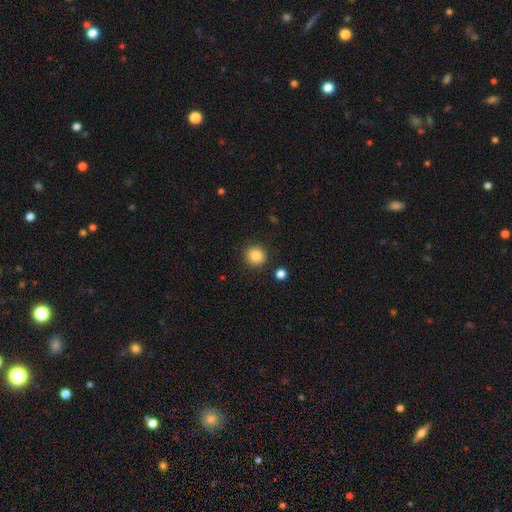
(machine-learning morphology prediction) This appears to be a smooth galaxy with no disk features (86%) that is round (91%). Merging: none (89%).